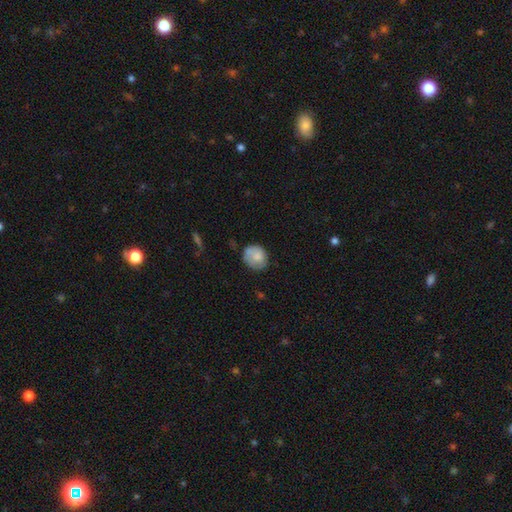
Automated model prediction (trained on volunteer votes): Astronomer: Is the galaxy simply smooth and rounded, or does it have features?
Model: smooth — 74%.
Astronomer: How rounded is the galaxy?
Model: round — 73%.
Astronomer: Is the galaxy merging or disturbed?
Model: none — 61%.